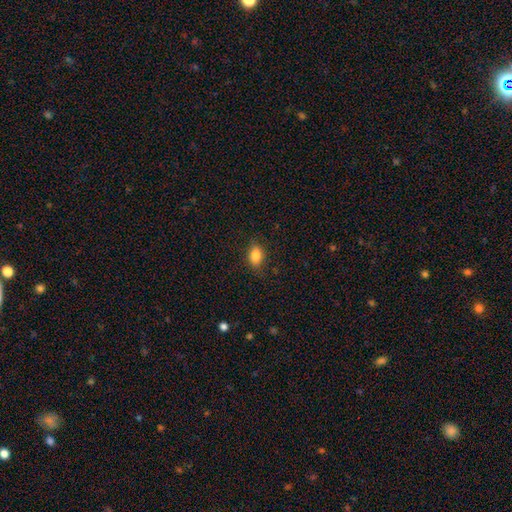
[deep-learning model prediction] Morphology: type=smooth (84%); roundness=in between (81%); merging=none (84%).